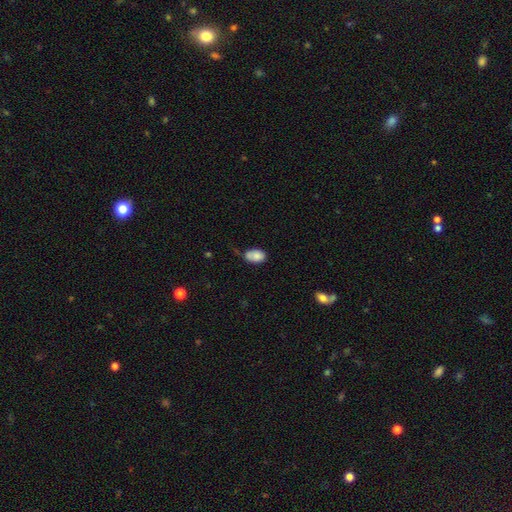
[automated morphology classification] The model was most divided on "merging": none: 47%, minor disturbance: 37%, major disturbance: 8%, merger: 7%. More confident: how rounded — in between (89%); smooth or featured — smooth (81%).